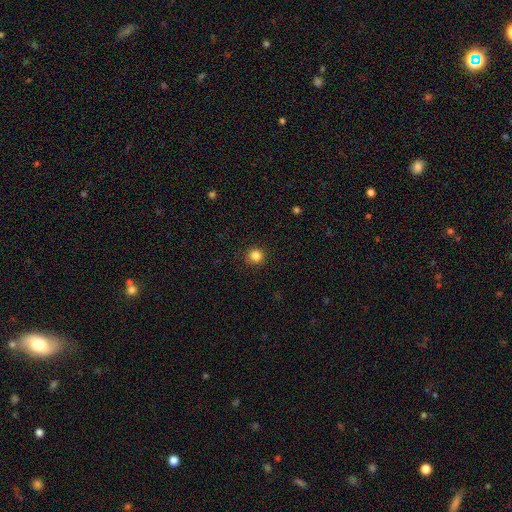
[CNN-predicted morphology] Q: Smooth or featured?
A: smooth (85%); runner-up: star or artifact (11%)
Q: How rounded?
A: round (93%); runner-up: in between (6%)
Q: Merging?
A: none (90%); runner-up: minor disturbance (7%)